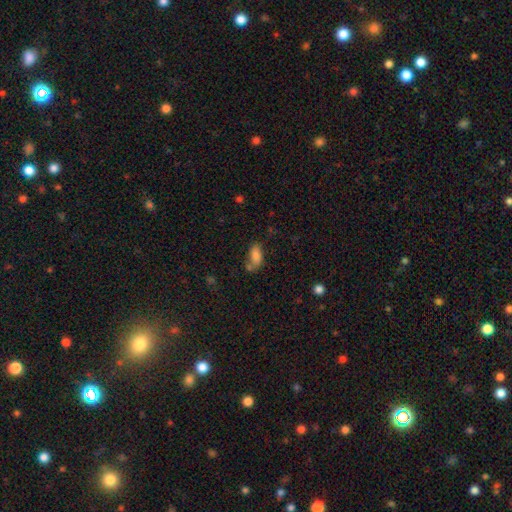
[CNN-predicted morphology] smooth-or-featured: smooth: 80% | featured or disk: 11% | star or artifact: 9%
  how-rounded: in between: 86% | cigar-shaped: 10% | round: 4%
  merging: none: 50% | merger: 22% | minor disturbance: 20% | major disturbance: 8%